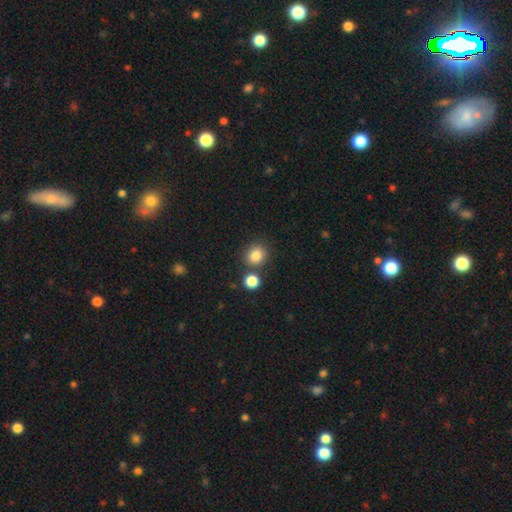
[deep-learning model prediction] smooth-or-featured: smooth: 84% | star or artifact: 11% | featured or disk: 5%
  how-rounded: round: 78% | in between: 21% | cigar-shaped: 1%
  merging: none: 75% | merger: 13% | minor disturbance: 9% | major disturbance: 3%